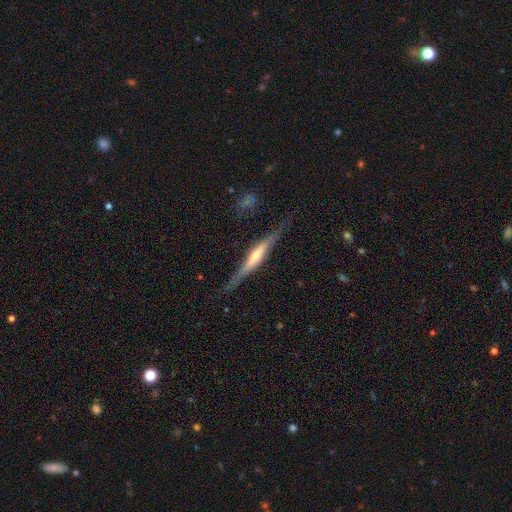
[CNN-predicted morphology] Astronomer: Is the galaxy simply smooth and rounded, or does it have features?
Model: featured or disk — 74%.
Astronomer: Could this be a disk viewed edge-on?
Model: yes — 95%.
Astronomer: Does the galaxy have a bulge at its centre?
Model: rounded — 59%.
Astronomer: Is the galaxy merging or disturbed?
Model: none — 77%.